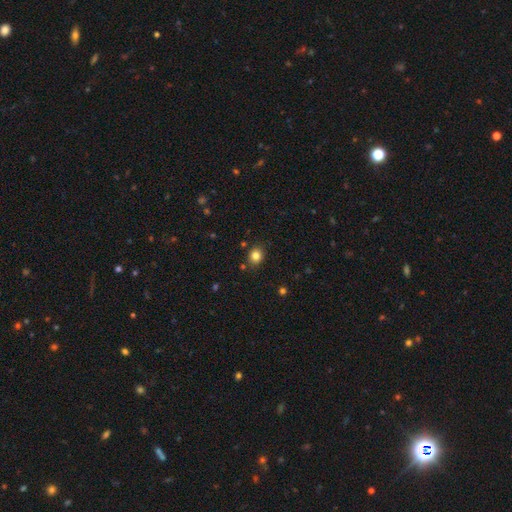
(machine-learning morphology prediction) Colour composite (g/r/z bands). It shows a smooth galaxy with no disk features (83%) that is round (69%). Merging: none (85%).